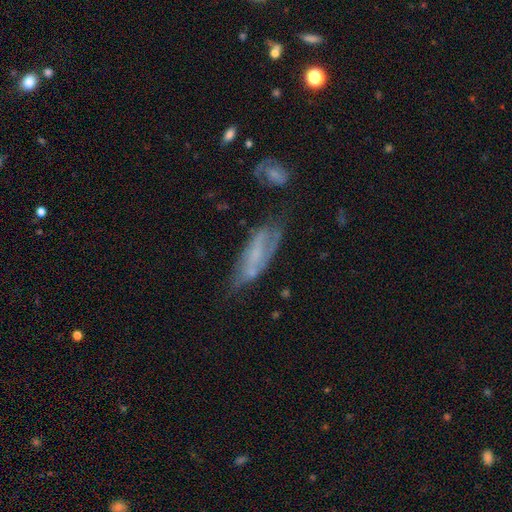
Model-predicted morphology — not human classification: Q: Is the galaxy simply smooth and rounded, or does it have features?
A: featured or disk — 53%.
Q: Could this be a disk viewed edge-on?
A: no — 76%.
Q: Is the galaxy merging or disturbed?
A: none — 43%.